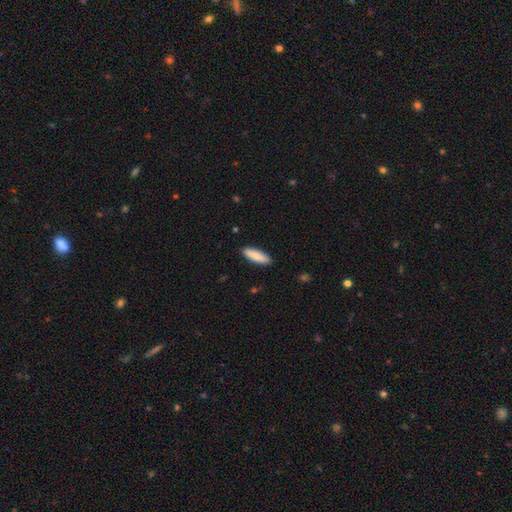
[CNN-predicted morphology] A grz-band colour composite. It shows a smooth galaxy with no disk features (85%) that is cigar-shaped (53%). Merging: none (89%).